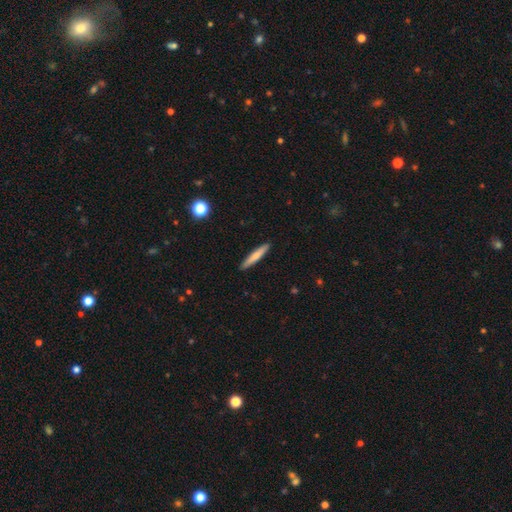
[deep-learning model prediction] Smooth or featured? Predicted: smooth (p=0.70). How rounded? Predicted: cigar-shaped (p=0.93). Merging? Predicted: none (p=0.91).